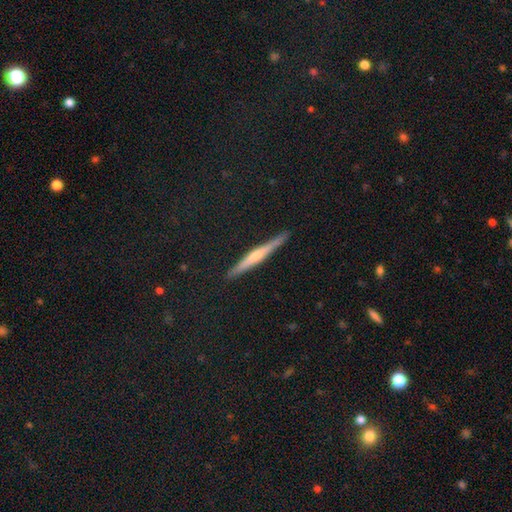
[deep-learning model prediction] A featured or disk galaxy (58%) viewed edge-on (97%) with a rounded central bulge (57%).

Vote fractions:
- Smooth or featured? featured or disk: 58% / smooth: 31% / star or artifact: 11%
- Edge-on disk? yes: 97% / no: 3%
- Edge-on bulge? rounded: 57% / none: 29% / boxy: 14%
- Merging? none: 90% / minor disturbance: 7% / major disturbance: 1% / merger: 1%